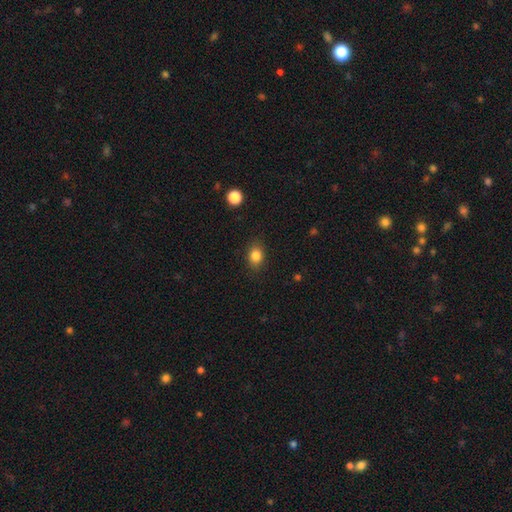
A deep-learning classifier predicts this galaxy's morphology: Smooth or featured?
  - smooth: 83% *
  - star or artifact: 10%
  - featured or disk: 6%
How rounded?
  - in between: 61% *
  - round: 38%
  - cigar-shaped: 1%
Merging?
  - none: 85% *
  - minor disturbance: 11%
  - major disturbance: 3%
  - merger: 1%